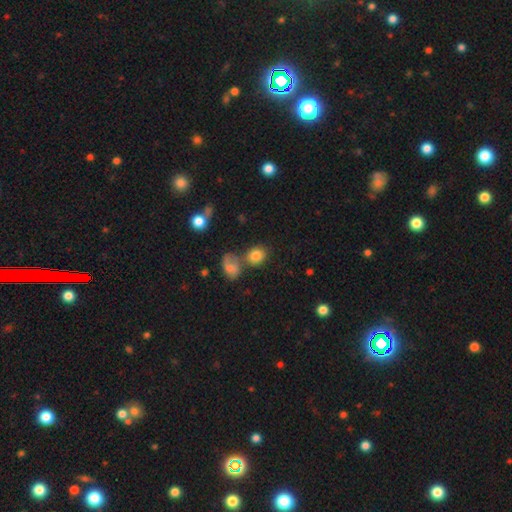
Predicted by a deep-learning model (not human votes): smooth-or-featured: smooth: 82% | star or artifact: 10% | featured or disk: 8%
  how-rounded: round: 67% | in between: 31% | cigar-shaped: 1%
  merging: none: 59% | merger: 24% | minor disturbance: 12% | major disturbance: 5%